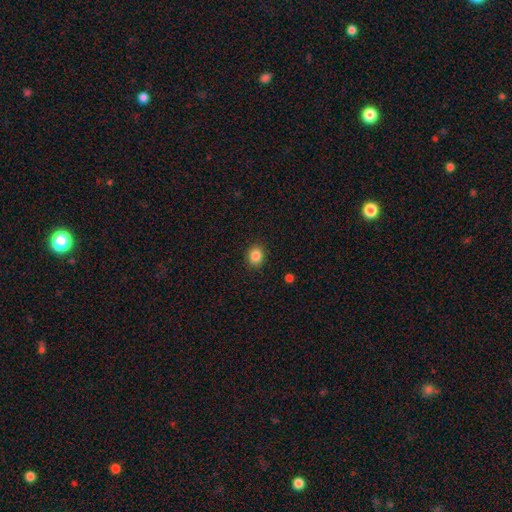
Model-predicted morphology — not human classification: Smooth or featured: smooth — 85% (star or artifact — 10%)
How rounded: round — 67% (in between — 32%)
Merging: none — 90% (minor disturbance — 7%)